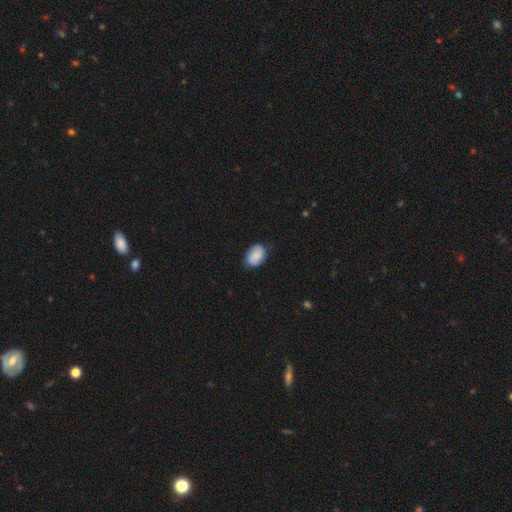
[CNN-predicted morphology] A smooth galaxy with no disk features (80%) that is in between round and cigar-shaped (85%). Merging: none (76%).